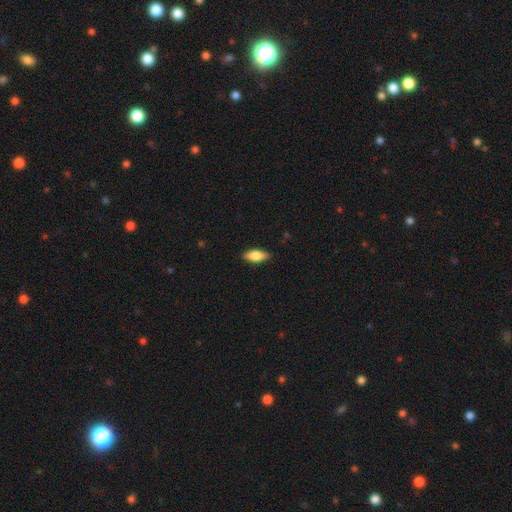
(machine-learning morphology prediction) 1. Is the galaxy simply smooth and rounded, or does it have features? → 77% smooth, 16% featured or disk, 6% star or artifact.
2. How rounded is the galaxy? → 81% in between, 17% cigar-shaped, 3% round.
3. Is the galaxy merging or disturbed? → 87% none, 10% minor disturbance, 2% major disturbance, 1% merger.